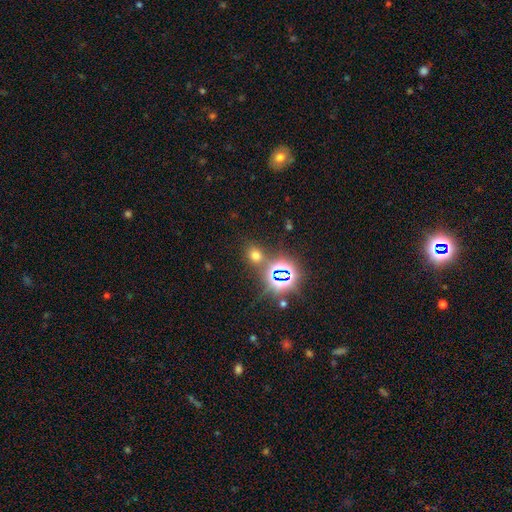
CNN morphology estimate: The model was most divided on "smooth or featured": smooth: 53%, star or artifact: 39%, featured or disk: 7%. More confident: merging — none (76%); how rounded — round (65%).